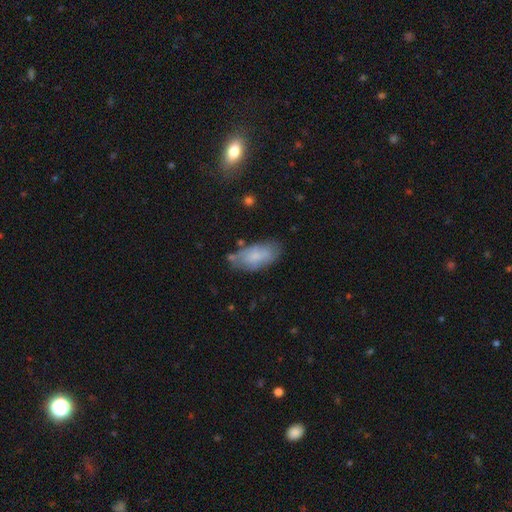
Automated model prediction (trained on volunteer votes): smooth_or_featured: smooth (p=0.70) [alt: featured or disk p=0.23]
how_rounded: in between (p=0.91) [alt: cigar-shaped p=0.06]
merging: none (p=0.61) [alt: minor disturbance p=0.25]